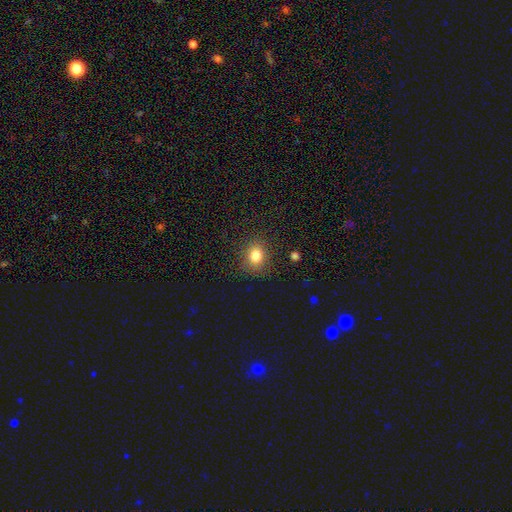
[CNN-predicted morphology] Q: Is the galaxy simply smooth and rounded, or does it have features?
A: smooth — 81%.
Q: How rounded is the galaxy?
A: round — 62%.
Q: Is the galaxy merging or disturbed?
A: none — 84%.